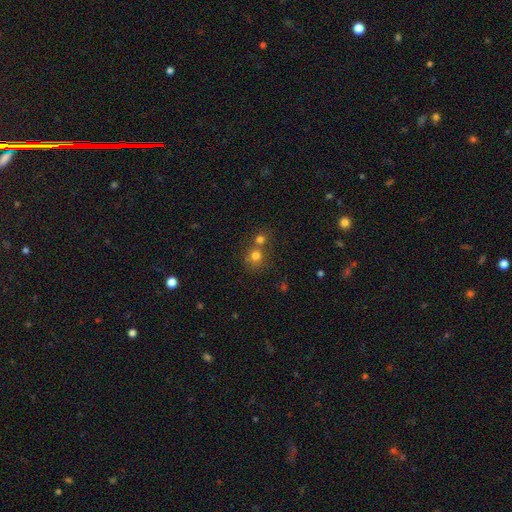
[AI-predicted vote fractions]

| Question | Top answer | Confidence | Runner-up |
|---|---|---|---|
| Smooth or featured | smooth | 75% | star or artifact (14%) |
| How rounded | round | 84% | in between (15%) |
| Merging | merger | 45% | tied: none (45%) |